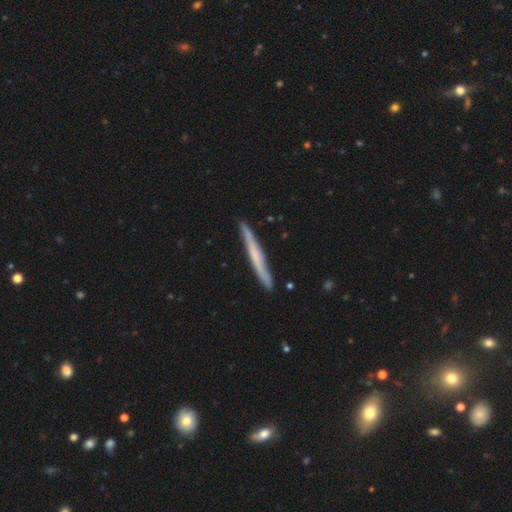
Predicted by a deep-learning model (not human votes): Q: Smooth or featured?
A: featured or disk (54%); runner-up: smooth (40%)
Q: Edge-on disk?
A: yes (94%); runner-up: no (6%)
Q: Edge-on bulge?
A: none (69%); runner-up: rounded (21%)
Q: Merging?
A: none (87%); runner-up: minor disturbance (10%)